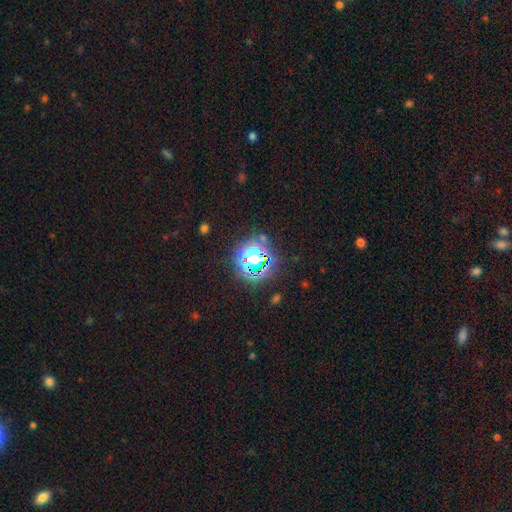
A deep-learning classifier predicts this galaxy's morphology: Smooth or featured? Predicted: star or artifact (p=0.73).